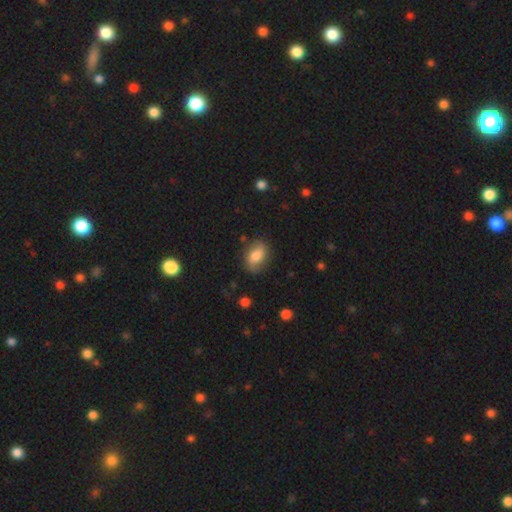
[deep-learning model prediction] This appears to be a smooth galaxy with no disk features (61%) that is in between round and cigar-shaped (77%). Merging: none (78%).